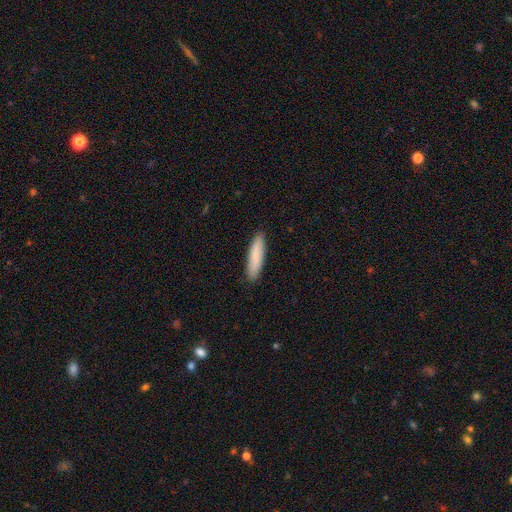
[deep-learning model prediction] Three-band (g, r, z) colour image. It shows a smooth galaxy with no disk features (85%) that is cigar-shaped (81%). Merging: none (91%).